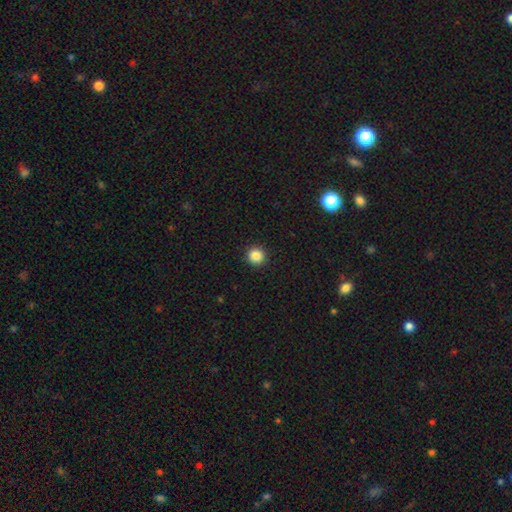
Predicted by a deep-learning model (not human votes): A smooth galaxy with no disk features (86%) that is round (95%).

Vote fractions:
- Smooth or featured? smooth: 86% / star or artifact: 10% / featured or disk: 3%
- How rounded? round: 95% / in between: 4% / cigar-shaped: 1%
- Merging? none: 93% / minor disturbance: 4% / major disturbance: 2% / merger: 1%